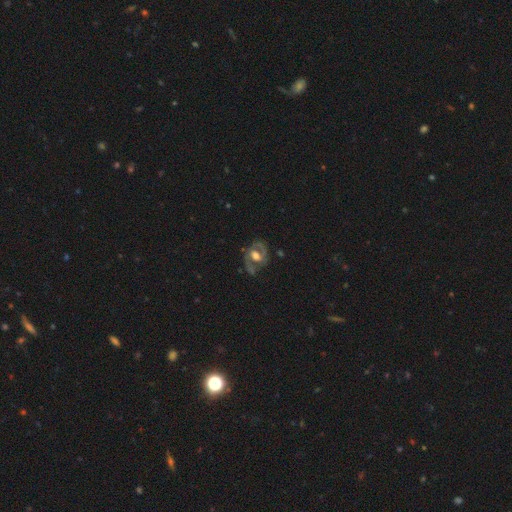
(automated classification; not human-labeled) This appears to be a featured or disk galaxy (72%) with no bar (45%), spiral arms (69%) and a moderate central bulge (52%). Merging: none (65%).